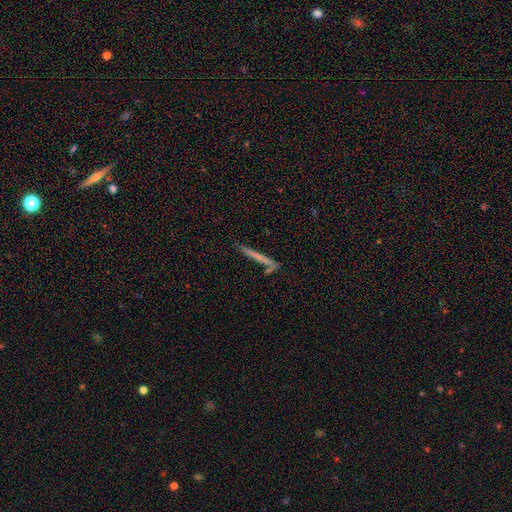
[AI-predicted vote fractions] Smooth or featured?
  - smooth: 57% *
  - featured or disk: 35%
  - star or artifact: 8%
How rounded?
  - cigar-shaped: 96% *
  - in between: 3%
  - round: 2%
Merging?
  - none: 80% *
  - minor disturbance: 12%
  - merger: 5%
  - major disturbance: 3%